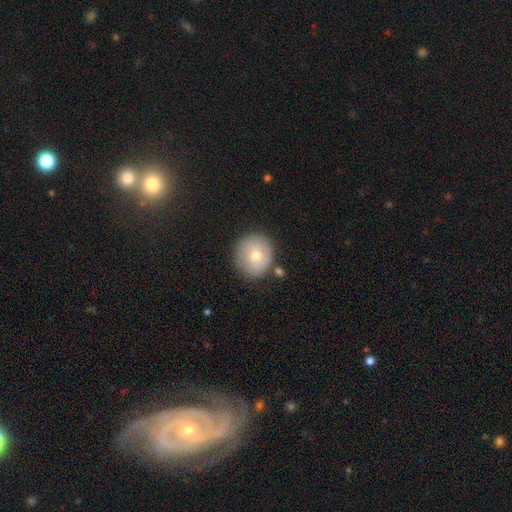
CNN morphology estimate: Overall: smooth (66%). How rounded: round (86%). Merging: none (81%).